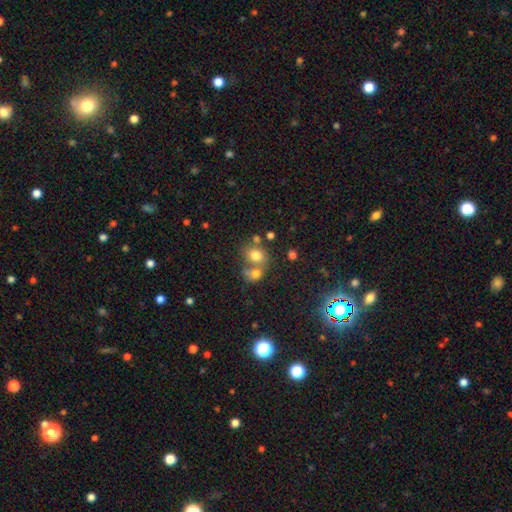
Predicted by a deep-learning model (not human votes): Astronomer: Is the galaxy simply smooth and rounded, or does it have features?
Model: smooth — 74%.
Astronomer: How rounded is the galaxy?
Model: round — 62% (runner-up: in between, 37%).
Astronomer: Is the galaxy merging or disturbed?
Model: merger — 52% (runner-up: none, 35%).